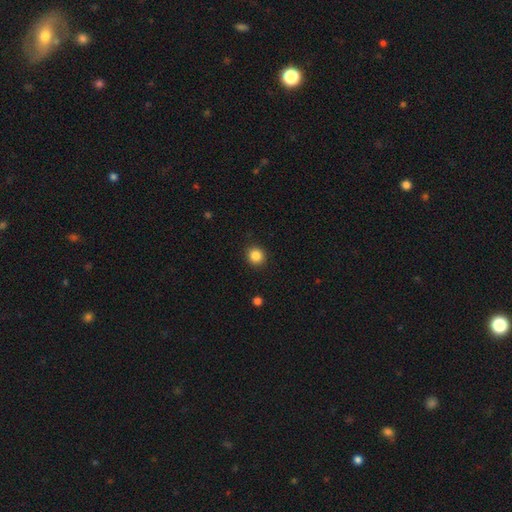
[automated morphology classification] Smooth or featured? smooth (85%)
How rounded? round (91%)
Merging? none (91%)